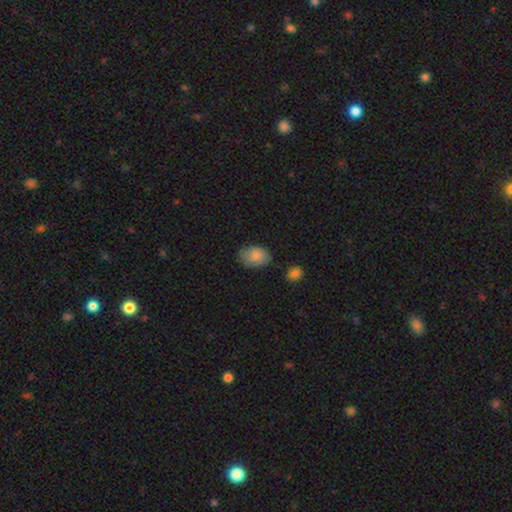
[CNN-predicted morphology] type=smooth (78%); roundness=in between (84%); merging=none (76%).